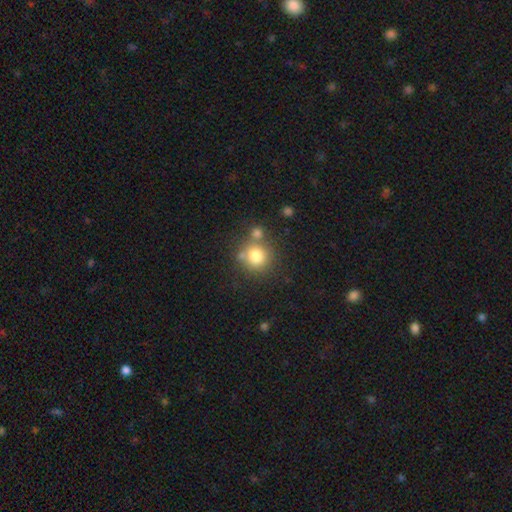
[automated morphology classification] This is likely a smooth galaxy (79%). How rounded: clearly round (89%). Merging: likely none (63%).